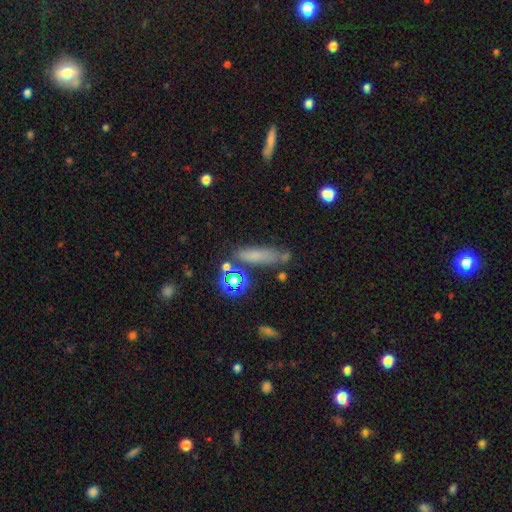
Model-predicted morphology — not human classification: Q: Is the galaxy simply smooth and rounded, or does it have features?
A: smooth — 66%.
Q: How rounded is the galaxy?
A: cigar-shaped — 70%.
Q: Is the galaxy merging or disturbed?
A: none — 66%.